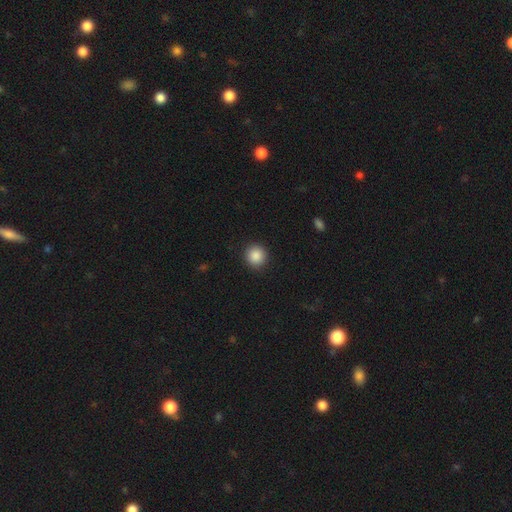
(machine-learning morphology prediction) type=smooth (88%); roundness=round (94%); merging=none (92%).